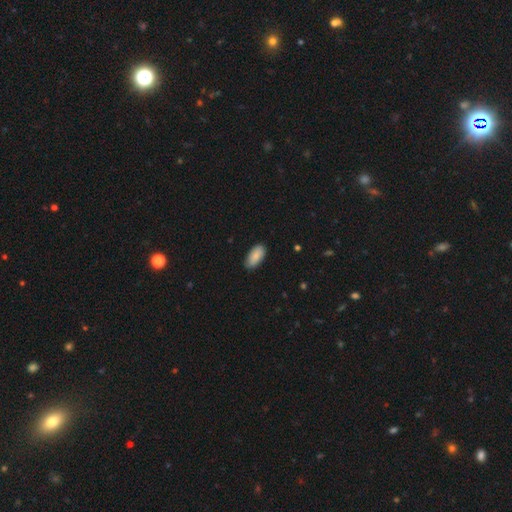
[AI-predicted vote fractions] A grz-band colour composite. It shows a smooth galaxy with no disk features (88%) that is in between round and cigar-shaped (92%). Merging: none (84%).